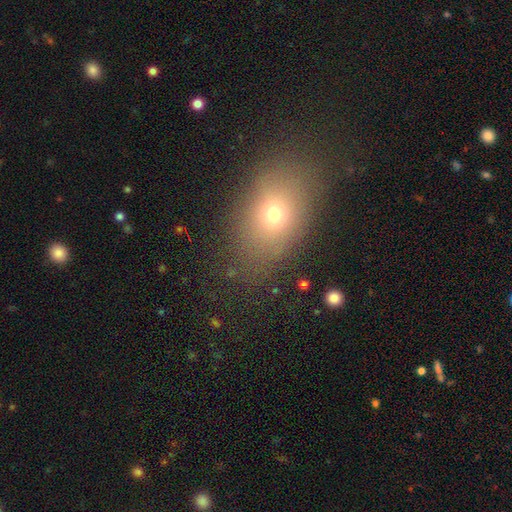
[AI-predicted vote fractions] Smooth or featured? Predicted: smooth (p=0.66). How rounded? Predicted: in between (p=0.73). Merging? Predicted: none (p=0.82).